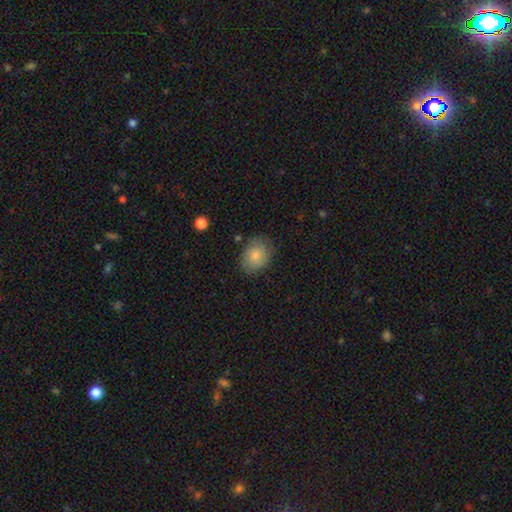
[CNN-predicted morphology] A smooth galaxy with no disk features (81%) that is in between round and cigar-shaped (56%). Merging: none (77%).